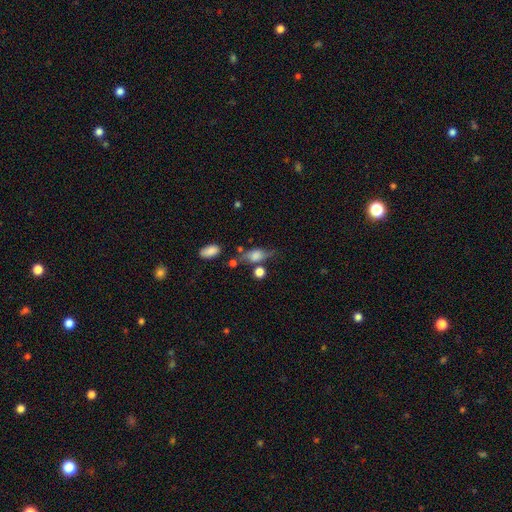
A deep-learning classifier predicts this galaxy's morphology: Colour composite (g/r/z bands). It shows a smooth galaxy with no disk features (60%) that is in between round and cigar-shaped (67%). Merging: none (50%).